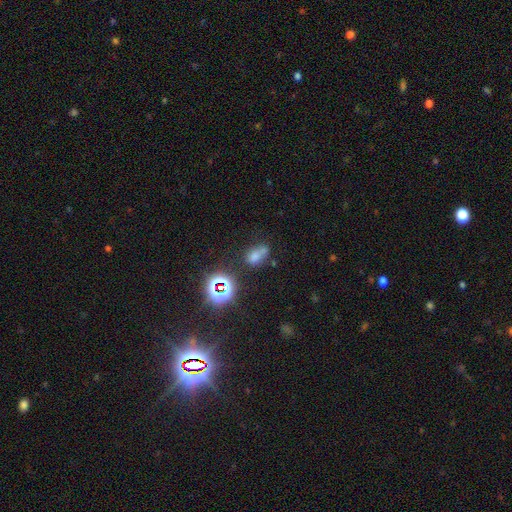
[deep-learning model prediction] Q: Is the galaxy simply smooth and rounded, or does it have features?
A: smooth — 61%.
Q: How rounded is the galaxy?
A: in between — 71%.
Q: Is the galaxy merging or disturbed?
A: none — 36%.